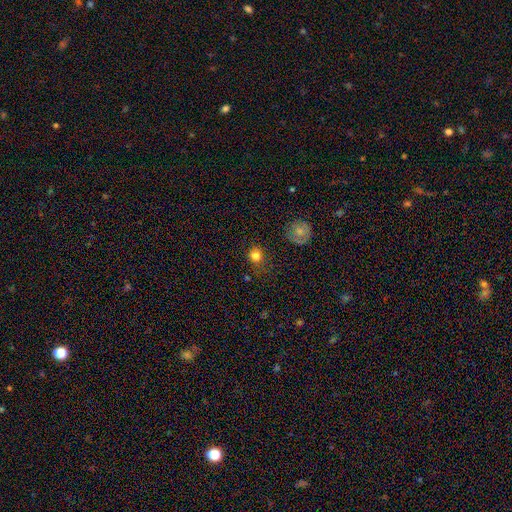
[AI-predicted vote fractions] Smooth or featured: smooth — 80% (star or artifact — 13%)
How rounded: round — 84% (in between — 15%)
Merging: none — 72% (minor disturbance — 19%)